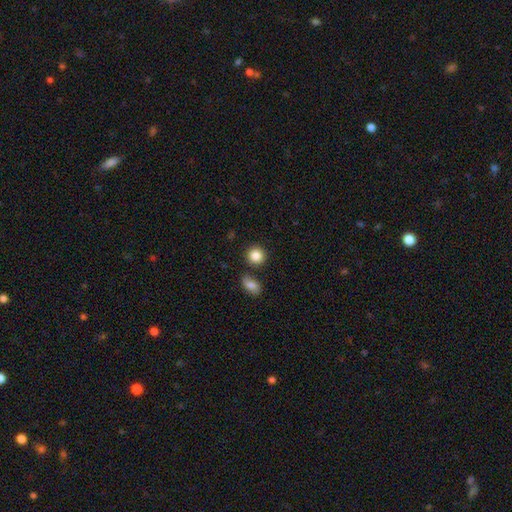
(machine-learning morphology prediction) Overall: smooth (86%). How rounded: round (87%). Merging: none (82%).